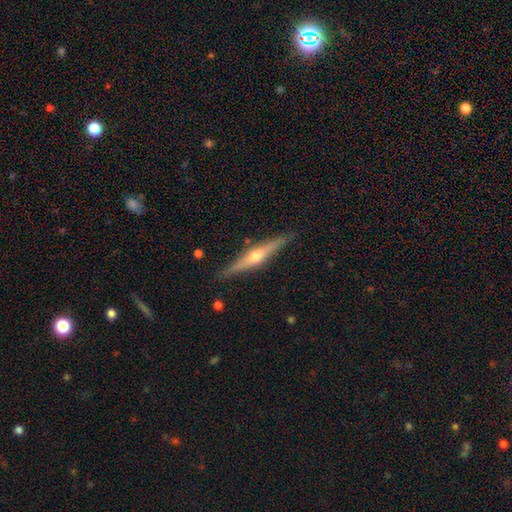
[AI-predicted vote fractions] smooth-or-featured: featured or disk: 72% | smooth: 22% | star or artifact: 6%
  disk-edge-on: yes: 97% | no: 3%
    edge-on-bulge: rounded: 92% | none: 5% | boxy: 3%
  merging: none: 89% | minor disturbance: 8% | major disturbance: 2% | merger: 1%